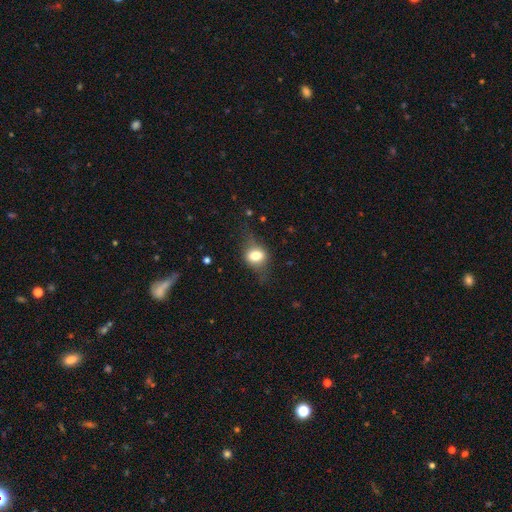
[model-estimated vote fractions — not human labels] Smooth or featured: smooth — 62% (featured or disk — 28%)
How rounded: in between — 54% (round — 43%)
Merging: none — 63% (minor disturbance — 23%)